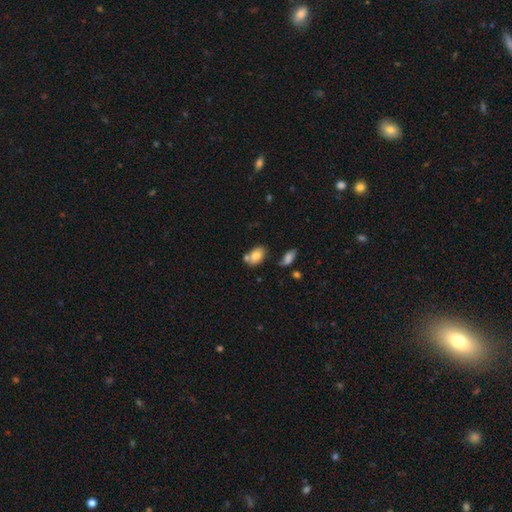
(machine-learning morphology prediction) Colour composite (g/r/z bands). It shows a smooth galaxy with no disk features (78%) that is in between round and cigar-shaped (82%). Merging: none (52%).